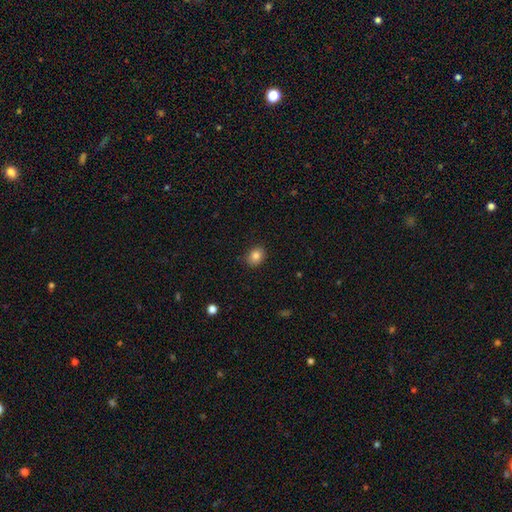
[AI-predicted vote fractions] A smooth galaxy with no disk features (84%) that is in between round and cigar-shaped (52%). Merging: none (87%).